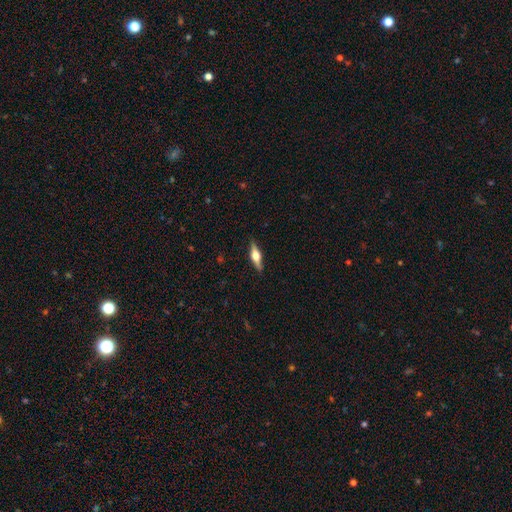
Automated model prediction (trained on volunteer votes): This appears to be a featured or disk galaxy (66%) viewed edge-on (96%) with a rounded central bulge (93%). Merging: none (88%).